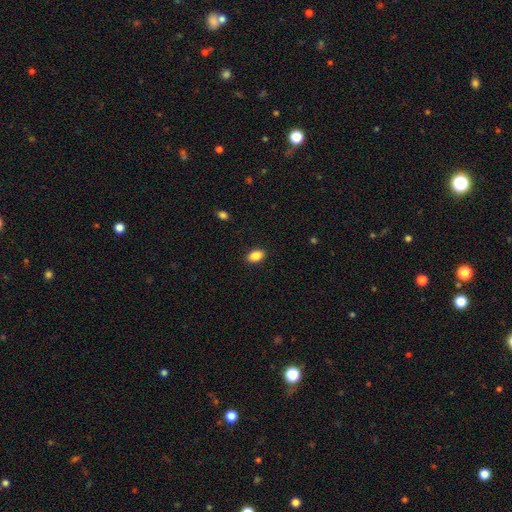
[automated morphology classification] smooth-or-featured: smooth: 88% | star or artifact: 8% | featured or disk: 5%
  how-rounded: in between: 88% | round: 10% | cigar-shaped: 2%
  merging: none: 89% | minor disturbance: 8% | major disturbance: 2% | merger: 1%